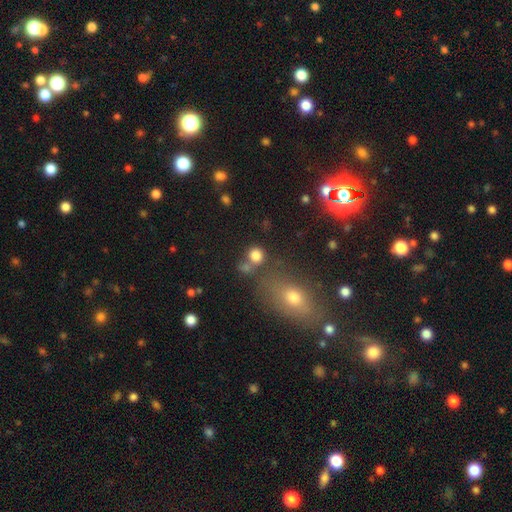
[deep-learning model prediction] This is clearly a smooth galaxy (80%). How rounded: clearly round (83%). Merging: likely none (61%).